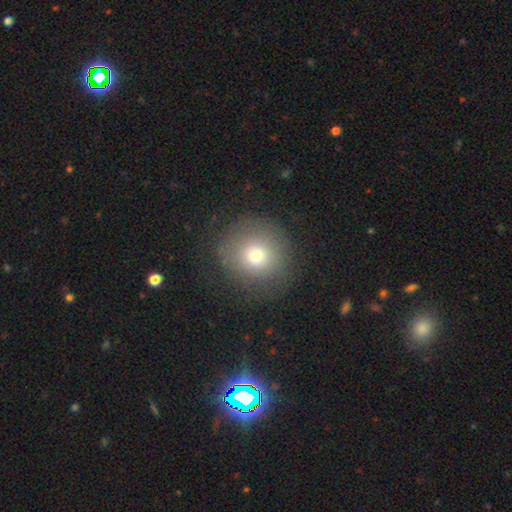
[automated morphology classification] Smooth or featured?
  - smooth: 73% *
  - featured or disk: 14%
  - star or artifact: 13%
How rounded?
  - round: 91% *
  - in between: 8%
  - cigar-shaped: 1%
Merging?
  - none: 80% *
  - minor disturbance: 12%
  - major disturbance: 6%
  - merger: 1%